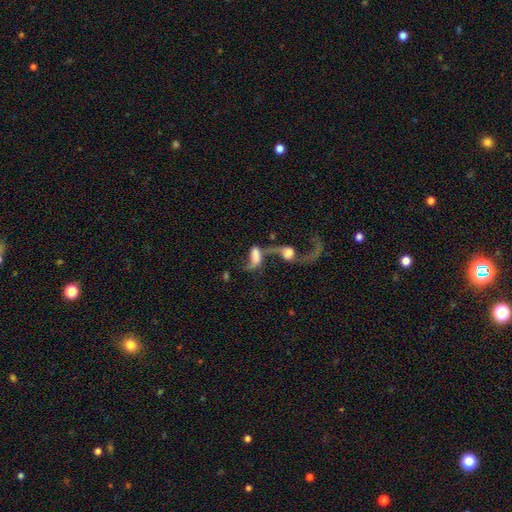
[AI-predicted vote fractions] This appears to be a featured or disk galaxy (56%) with no bar (54%), spiral arms (75%) and no central bulge (39%). Merging: merger (60%).